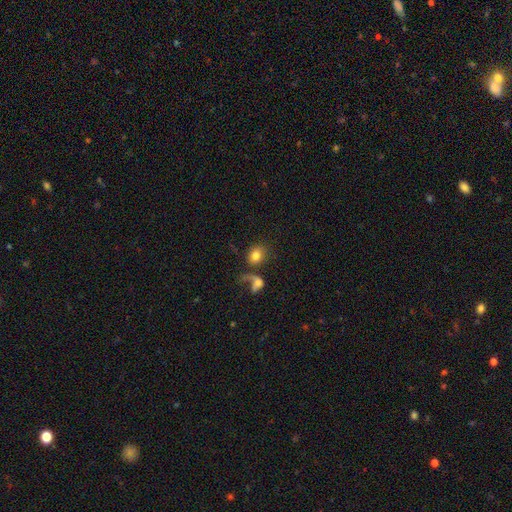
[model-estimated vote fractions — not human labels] This appears to be a smooth galaxy with no disk features (77%) that is round (52%). Merging: none (48%).